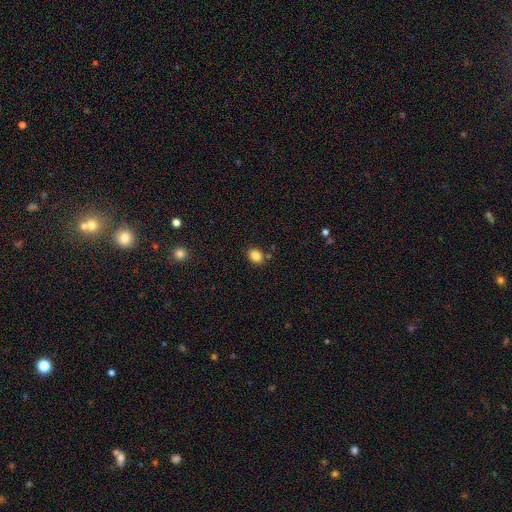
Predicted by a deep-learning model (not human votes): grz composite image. It shows a smooth galaxy with no disk features (85%) that is in between round and cigar-shaped (62%). Merging: none (81%).